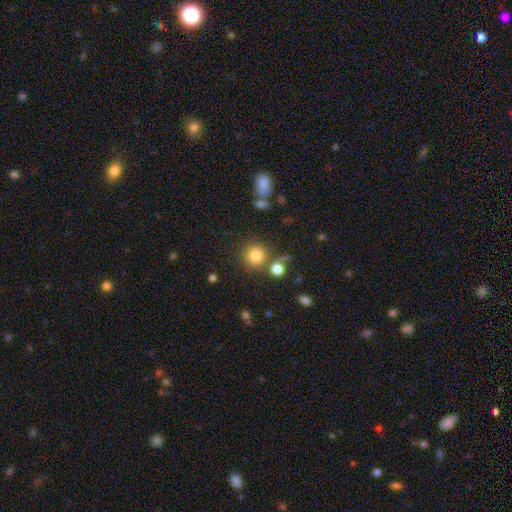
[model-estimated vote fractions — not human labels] Smooth or featured? Predicted: smooth (p=0.81). How rounded? Predicted: round (p=0.92). Merging? Predicted: none (p=0.77).